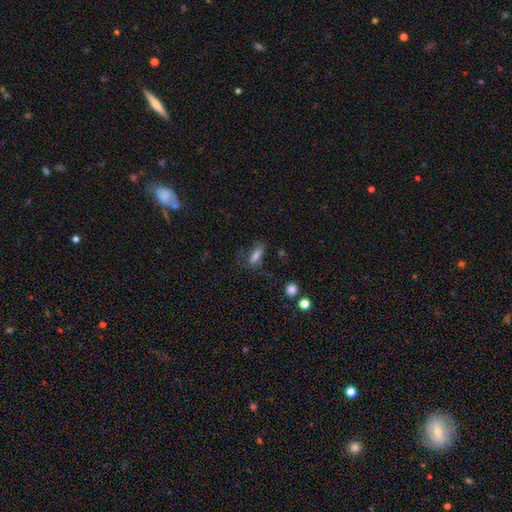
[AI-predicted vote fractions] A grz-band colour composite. It shows a smooth galaxy with no disk features (72%) that is in between round and cigar-shaped (70%). Merging: none (55%).